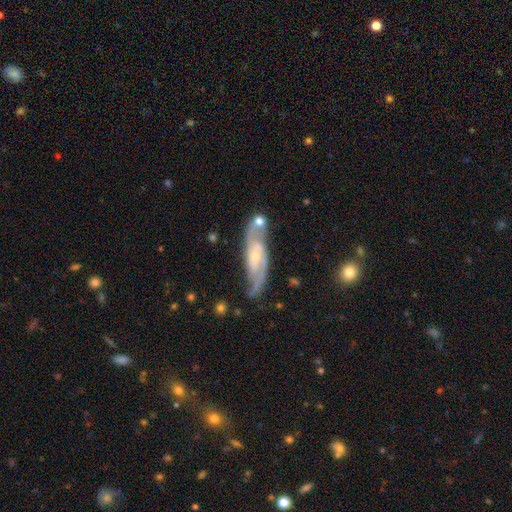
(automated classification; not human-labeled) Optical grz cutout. It shows a featured or disk galaxy (85%) with no bar (44%), 2 (83%) medium (50%) spiral arms (96%) and a small central bulge (62%). Merging: none (69%).